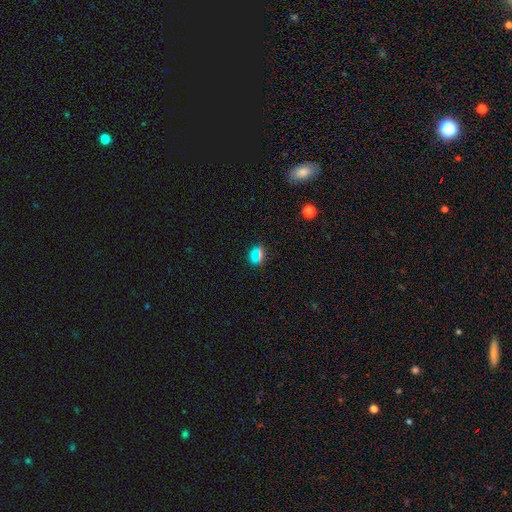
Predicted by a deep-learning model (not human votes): smooth_or_featured: smooth (p=0.65) [alt: star or artifact p=0.28]
how_rounded: round (p=0.71) [alt: in between p=0.25]
merging: none (p=0.82) [alt: minor disturbance p=0.10]